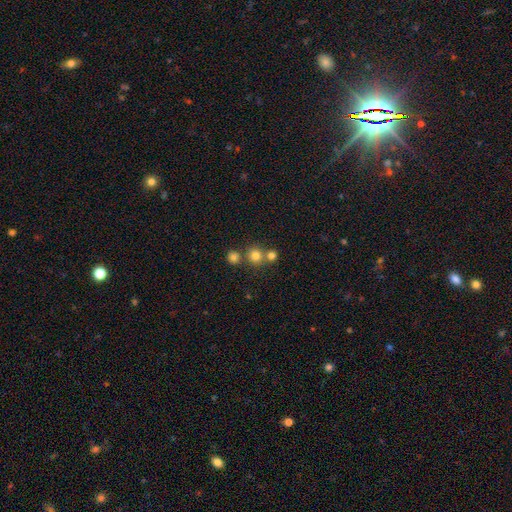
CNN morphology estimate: Overall: smooth (76%). How rounded: round (91%). Merging: none (63%; merger 28%).